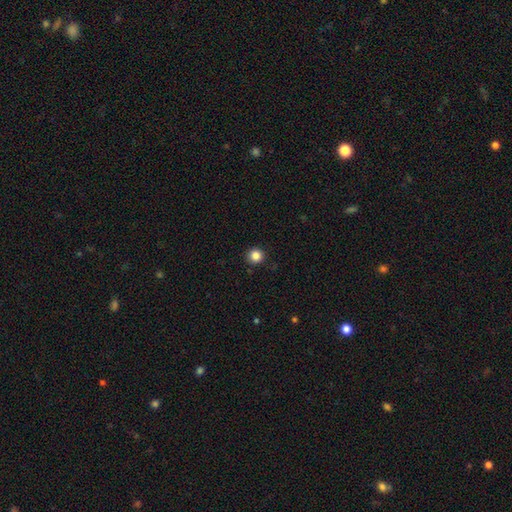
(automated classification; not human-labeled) Q: Smooth or featured?
A: smooth (85%); runner-up: star or artifact (11%)
Q: How rounded?
A: round (94%); runner-up: in between (5%)
Q: Merging?
A: none (92%); runner-up: minor disturbance (5%)